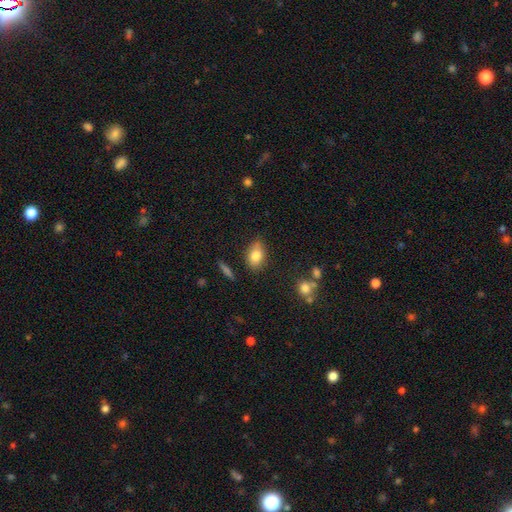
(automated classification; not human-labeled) smooth-or-featured: smooth: 81% | featured or disk: 11% | star or artifact: 8%
  how-rounded: in between: 84% | round: 14% | cigar-shaped: 3%
  merging: none: 73% | minor disturbance: 20% | major disturbance: 4% | merger: 4%